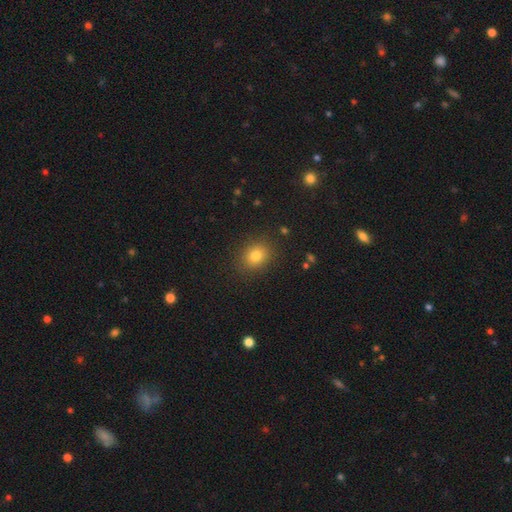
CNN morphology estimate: A smooth galaxy with no disk features (80%) that is round (57%).

Vote fractions:
- Smooth or featured? smooth: 80% / star or artifact: 13% / featured or disk: 7%
- How rounded? round: 57% / in between: 42% / cigar-shaped: 1%
- Merging? none: 87% / minor disturbance: 9% / major disturbance: 3% / merger: 1%